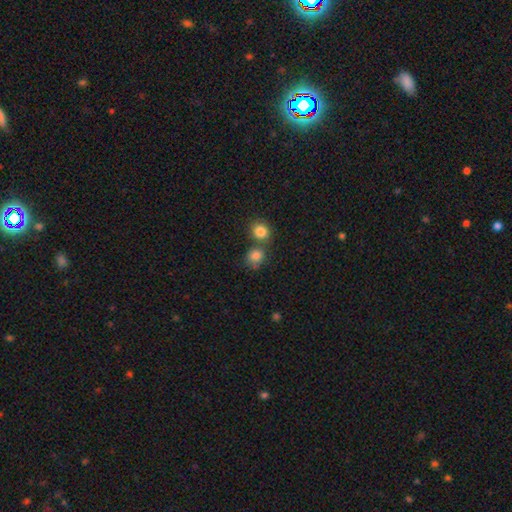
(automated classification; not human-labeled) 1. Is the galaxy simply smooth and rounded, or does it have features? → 83% smooth, 11% star or artifact, 6% featured or disk.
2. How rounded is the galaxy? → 78% round, 21% in between, 1% cigar-shaped.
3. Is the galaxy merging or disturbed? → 53% none, 33% merger, 10% minor disturbance, 4% major disturbance.